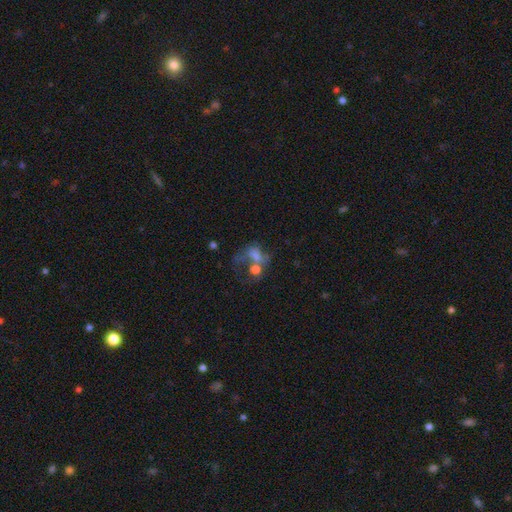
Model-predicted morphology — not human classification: Q: Smooth or featured?
A: smooth (42%); runner-up: featured or disk (38%)
Q: Merging?
A: merger (44%); runner-up: major disturbance (26%)